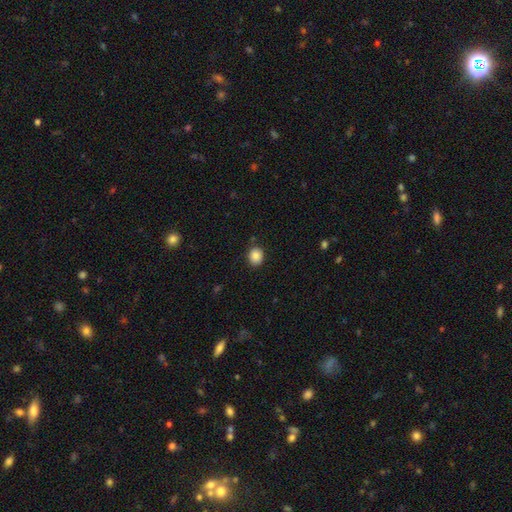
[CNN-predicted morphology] This is clearly a smooth galaxy (87%). How rounded: likely round (63%). Merging: clearly none (86%).